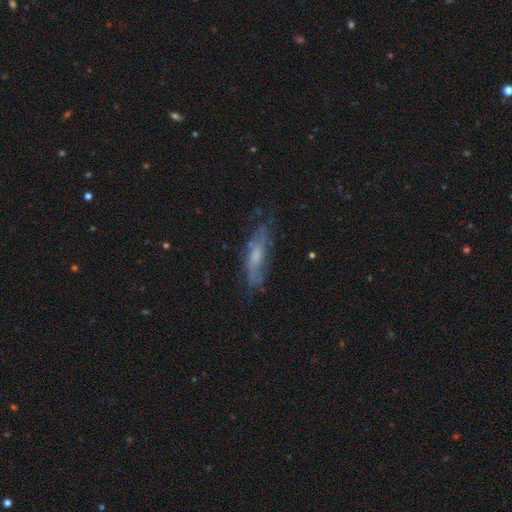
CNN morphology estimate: This appears to be a featured or disk galaxy (55%). Merging: none (62%).